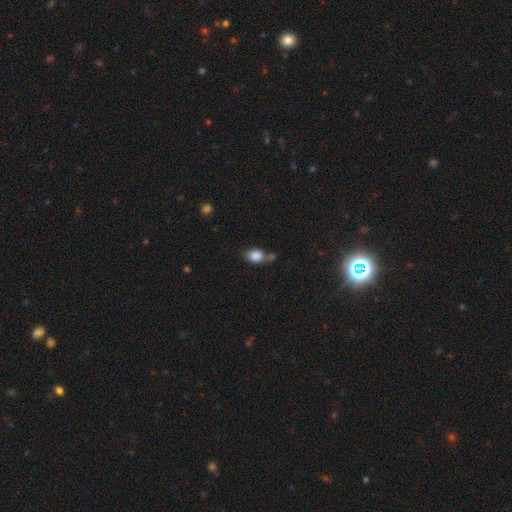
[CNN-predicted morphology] Smooth or featured? Predicted: smooth (p=0.84). How rounded? Predicted: in between (p=0.67). Merging? Predicted: none (p=0.44).